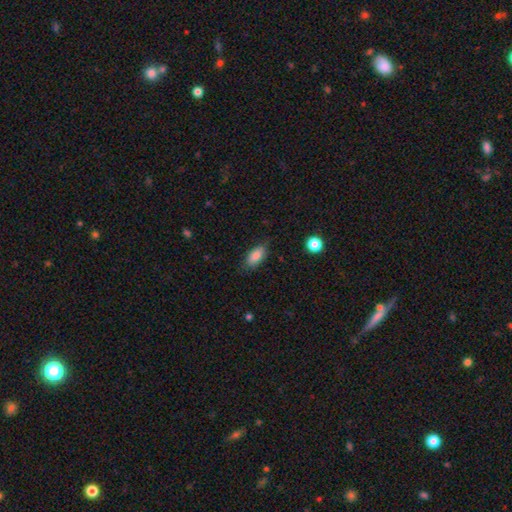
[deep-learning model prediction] Smooth or featured?
  - smooth: 84% *
  - featured or disk: 8%
  - star or artifact: 8%
How rounded?
  - in between: 87% *
  - cigar-shaped: 10%
  - round: 3%
Merging?
  - none: 76% *
  - minor disturbance: 19%
  - major disturbance: 4%
  - merger: 1%